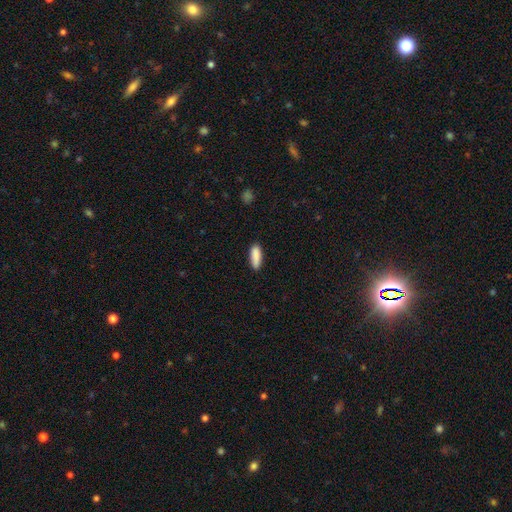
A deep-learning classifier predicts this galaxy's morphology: Smooth or featured? Predicted: smooth (p=0.89). How rounded? Predicted: in between (p=0.56). Merging? Predicted: none (p=0.84).